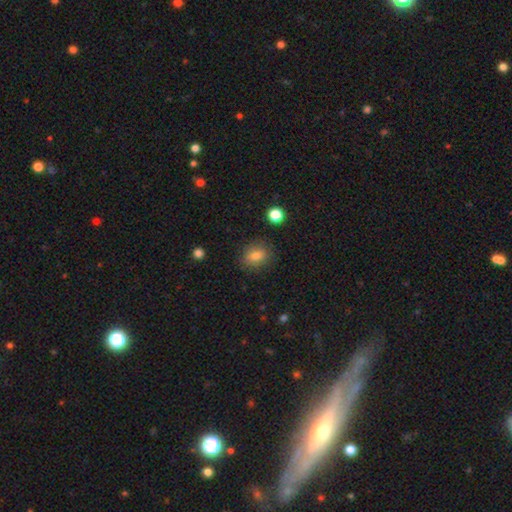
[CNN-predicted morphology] type=smooth (79%); roundness=round (55%); merging=none (84%).